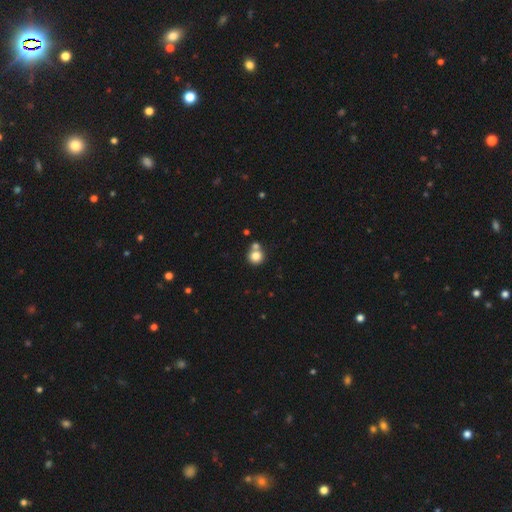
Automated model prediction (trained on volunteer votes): A smooth galaxy with no disk features (81%) that is round (90%). Merging: none (59%).